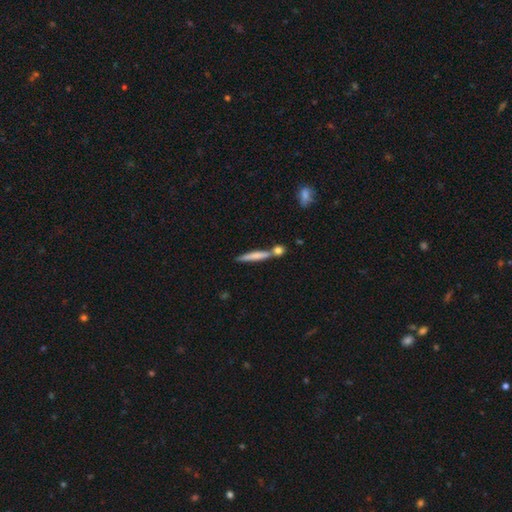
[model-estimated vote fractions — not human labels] Smooth or featured? Predicted: smooth (p=0.64). How rounded? Predicted: cigar-shaped (p=0.92). Merging? Predicted: none (p=0.64).